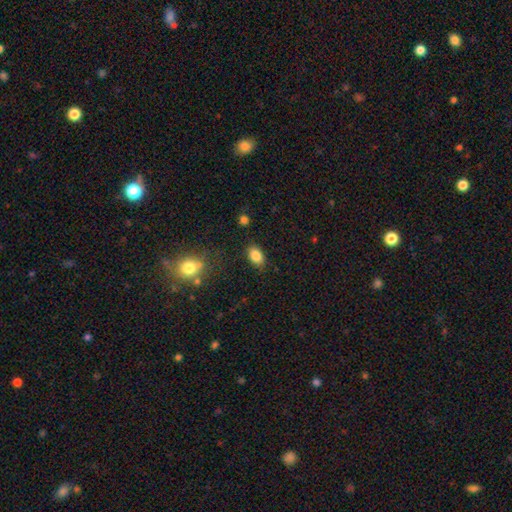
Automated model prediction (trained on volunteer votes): The model was most divided on "merging": none: 84%, minor disturbance: 11%, major disturbance: 3%, merger: 2%. More confident: how rounded — in between (88%); smooth or featured — smooth (86%).